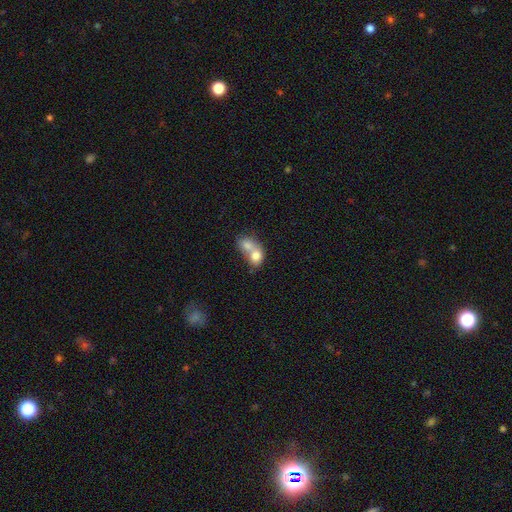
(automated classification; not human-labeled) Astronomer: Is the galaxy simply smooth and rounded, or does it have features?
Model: smooth — 73%.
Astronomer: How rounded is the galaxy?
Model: in between — 56% (runner-up: round, 42%).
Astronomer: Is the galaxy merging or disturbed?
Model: merger — 79%.